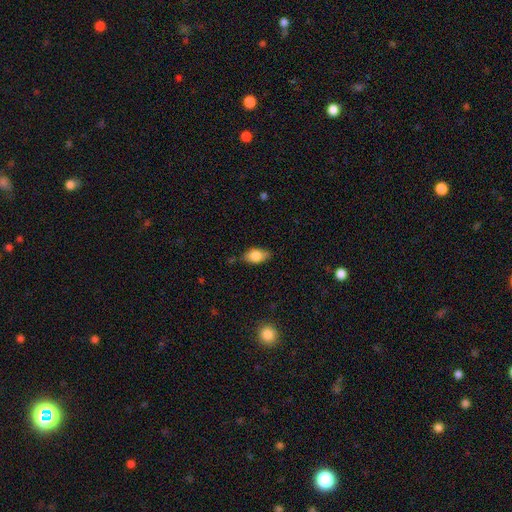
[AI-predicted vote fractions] The model was most divided on "merging": none: 72%, minor disturbance: 21%, major disturbance: 4%, merger: 2%. More confident: how rounded — in between (88%); smooth or featured — smooth (78%).